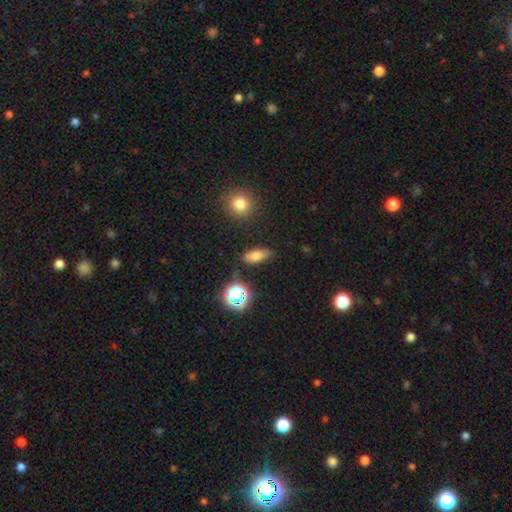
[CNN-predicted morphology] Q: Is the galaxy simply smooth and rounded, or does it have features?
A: smooth — 69%.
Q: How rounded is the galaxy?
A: in between — 70%.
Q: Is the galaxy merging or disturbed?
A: none — 82%.